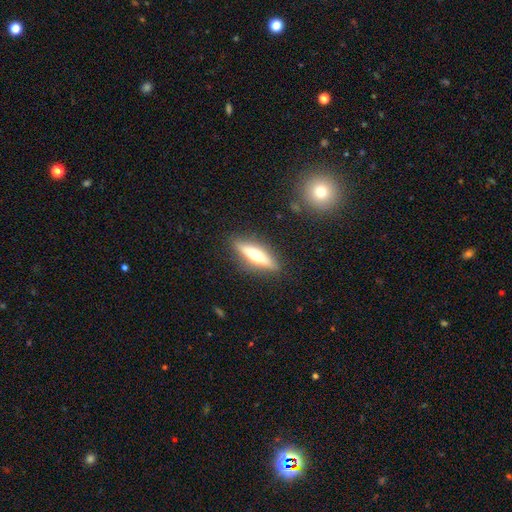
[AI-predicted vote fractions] smooth_or_featured: featured or disk (p=0.50) [alt: smooth p=0.44]
merging: none (p=0.87) [alt: minor disturbance p=0.09]